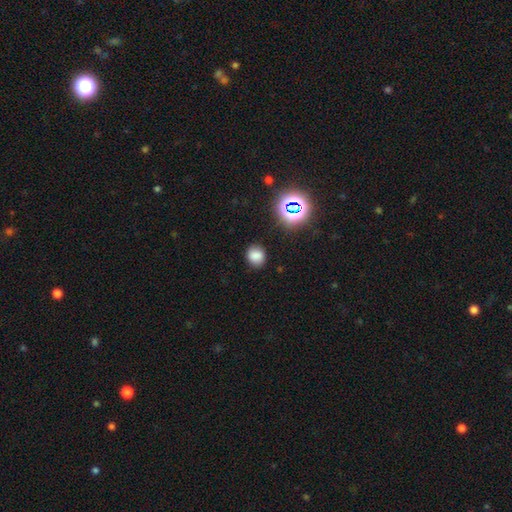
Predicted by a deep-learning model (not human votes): Smooth or featured? Predicted: smooth (p=0.76). How rounded? Predicted: round (p=0.66). Merging? Predicted: none (p=0.83).